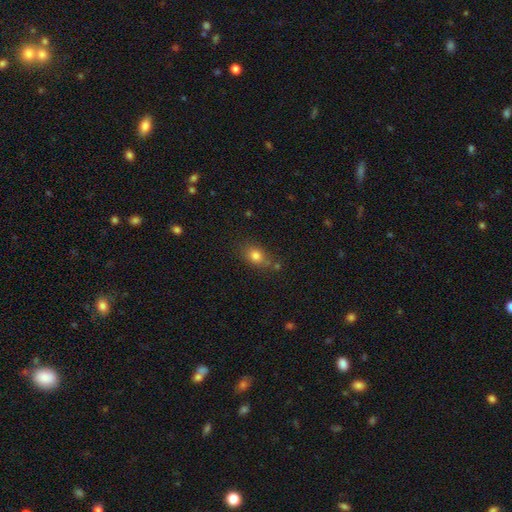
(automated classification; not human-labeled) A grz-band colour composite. It shows a smooth galaxy with no disk features (80%) that is in between round and cigar-shaped (65%). Merging: none (71%).